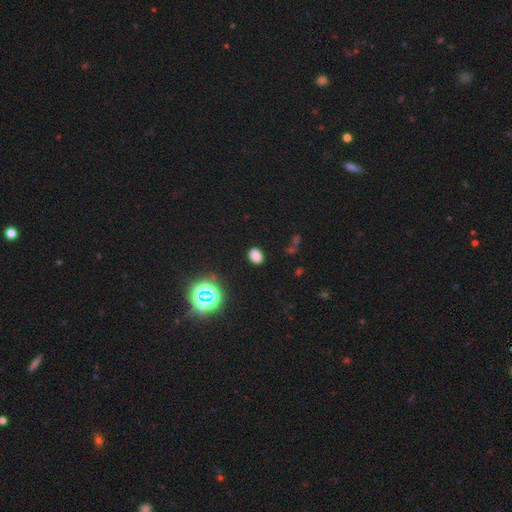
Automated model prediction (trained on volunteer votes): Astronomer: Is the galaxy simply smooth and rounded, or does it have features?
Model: smooth — 76%.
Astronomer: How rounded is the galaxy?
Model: in between — 70%.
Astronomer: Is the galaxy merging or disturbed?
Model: none — 87%.